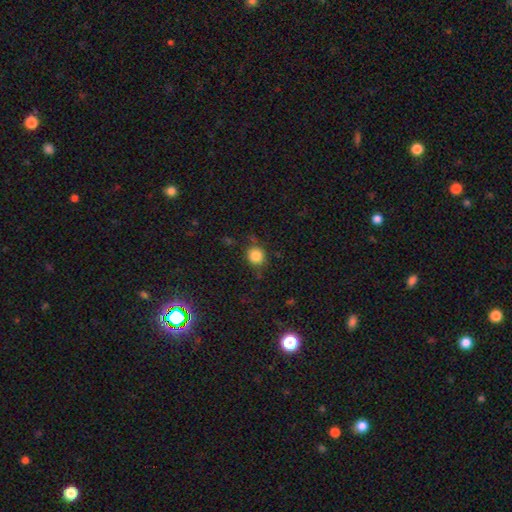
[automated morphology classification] Smooth or featured?
  - smooth: 83% *
  - star or artifact: 11%
  - featured or disk: 6%
How rounded?
  - round: 85% *
  - in between: 14%
  - cigar-shaped: 1%
Merging?
  - none: 79% *
  - minor disturbance: 14%
  - major disturbance: 4%
  - merger: 3%